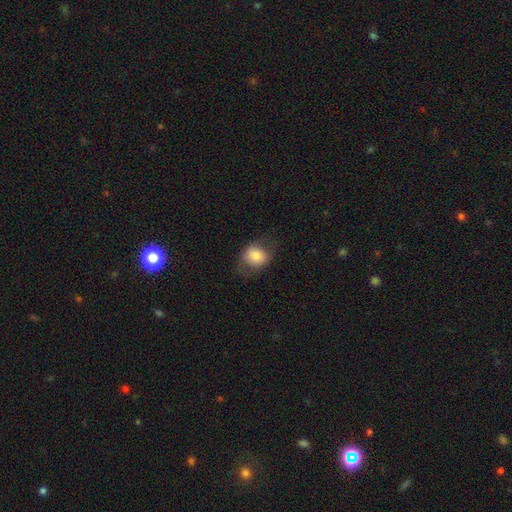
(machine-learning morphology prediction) A smooth galaxy with no disk features (77%) that is round (55%). Merging: none (65%).